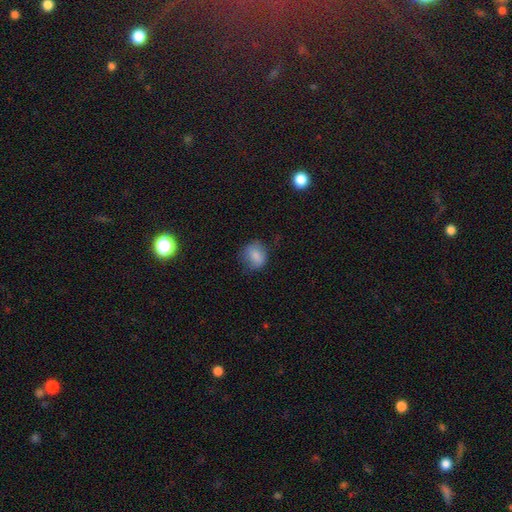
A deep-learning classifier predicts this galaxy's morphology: This appears to be a smooth galaxy with no disk features (81%) that is round (67%). Merging: none (68%).